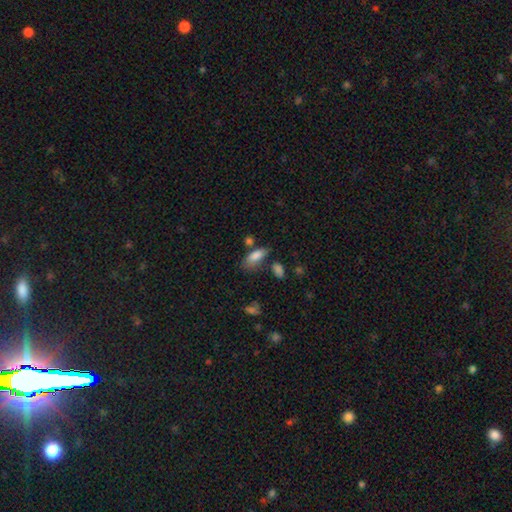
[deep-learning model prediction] This appears to be a smooth galaxy with no disk features (83%) that is in between round and cigar-shaped (81%). Merging: none (55%).